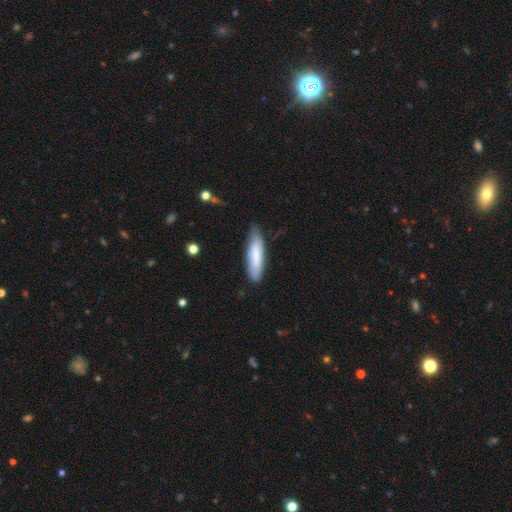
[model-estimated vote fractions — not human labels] A smooth galaxy with no disk features (76%) that is cigar-shaped (64%). Merging: none (70%).